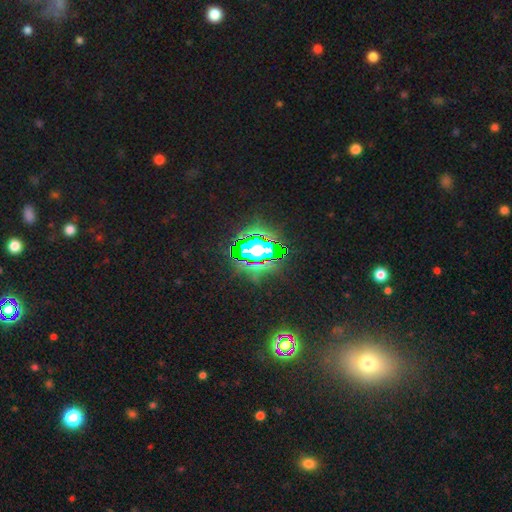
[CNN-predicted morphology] Smooth or featured? star or artifact (82%)